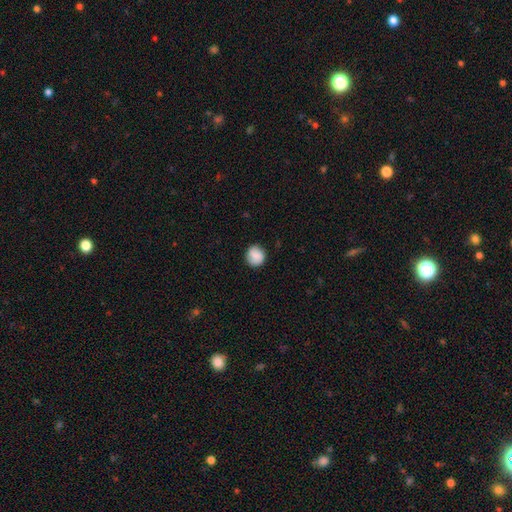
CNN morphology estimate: type=smooth (81%); roundness=round (88%); merging=none (84%).